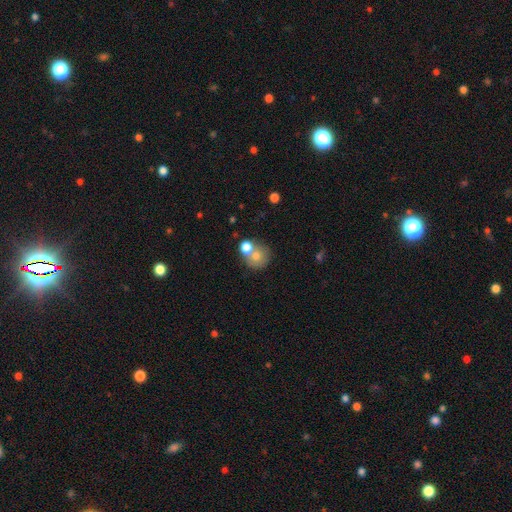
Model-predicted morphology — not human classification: This appears to be a smooth galaxy with no disk features (73%) that is round (81%). Merging: merger (44%).